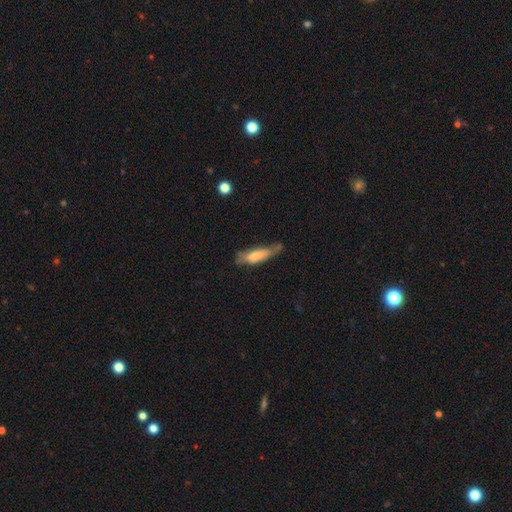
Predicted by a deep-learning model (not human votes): Smooth or featured: smooth — 68% (featured or disk — 26%)
How rounded: cigar-shaped — 63% (in between — 36%)
Merging: none — 43% (minor disturbance — 37%)